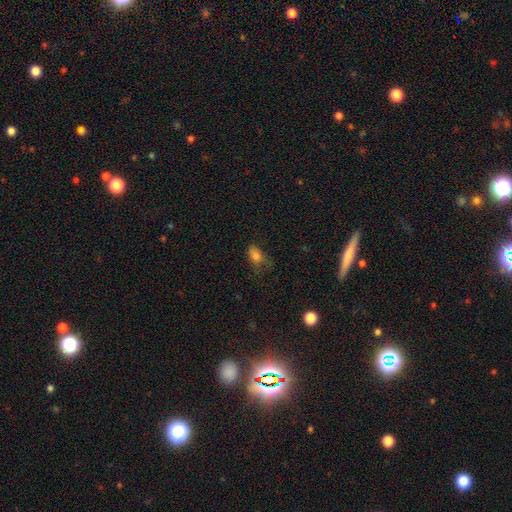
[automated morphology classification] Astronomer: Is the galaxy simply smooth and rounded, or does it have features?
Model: smooth — 78%.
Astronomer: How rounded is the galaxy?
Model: in between — 84%.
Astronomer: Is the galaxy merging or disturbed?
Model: none — 42% (runner-up: minor disturbance, 32%).